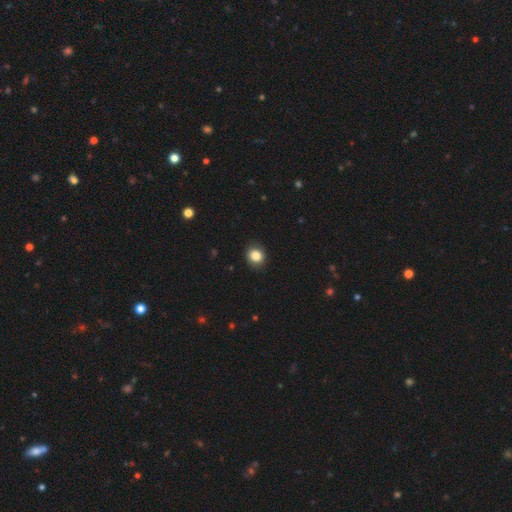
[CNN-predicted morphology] Q: Smooth or featured?
A: smooth (85%); runner-up: star or artifact (10%)
Q: How rounded?
A: round (74%); runner-up: in between (25%)
Q: Merging?
A: none (88%); runner-up: minor disturbance (9%)